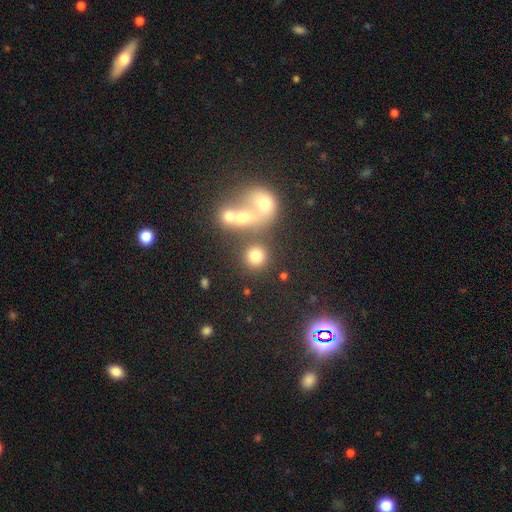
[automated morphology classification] type=smooth (77%); roundness=round (86%); merging=none (63%).